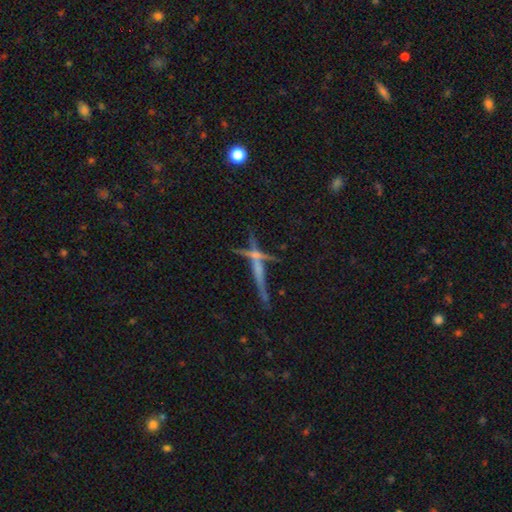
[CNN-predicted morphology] smooth_or_featured: featured or disk (p=0.53) [alt: smooth p=0.25]
disk_edge_on: yes (p=0.88) [alt: no p=0.12]
merging: none (p=0.59) [alt: merger p=0.25]